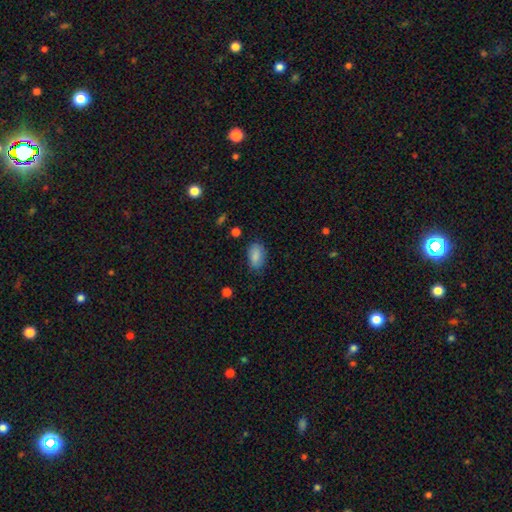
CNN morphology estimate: smooth 86%, star or artifact 8%, featured or disk 6%. Down the decision tree: how rounded — in between (91%); merging — none (75%).